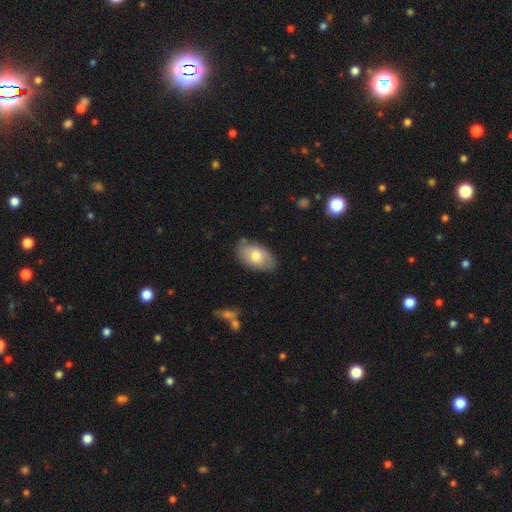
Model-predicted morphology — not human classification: Overall: smooth (69%). How rounded: in between (94%). Merging: none (79%).